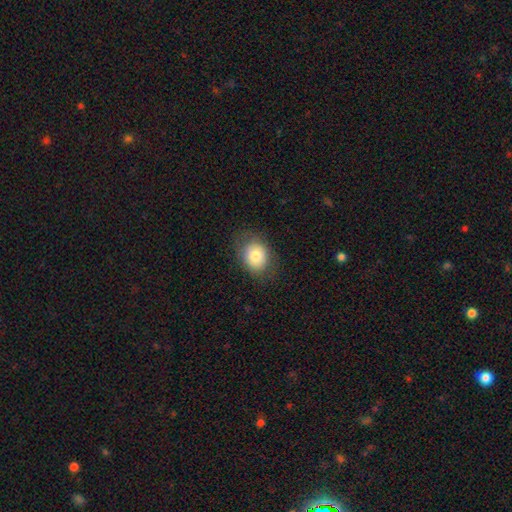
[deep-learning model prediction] Morphology: type=smooth (80%); roundness=in between (56%); merging=none (79%).